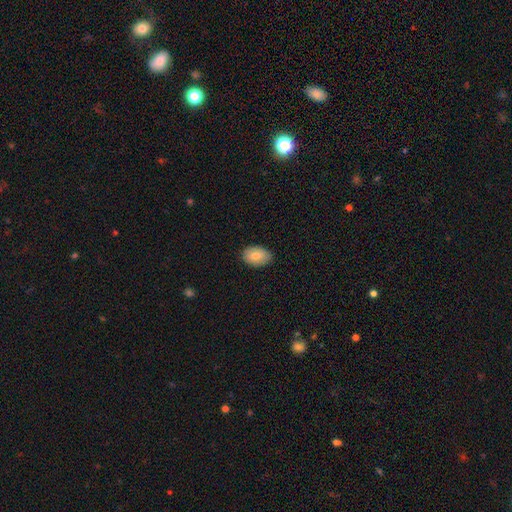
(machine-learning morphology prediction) Overall: smooth (80%). How rounded: in between (86%). Merging: none (87%).